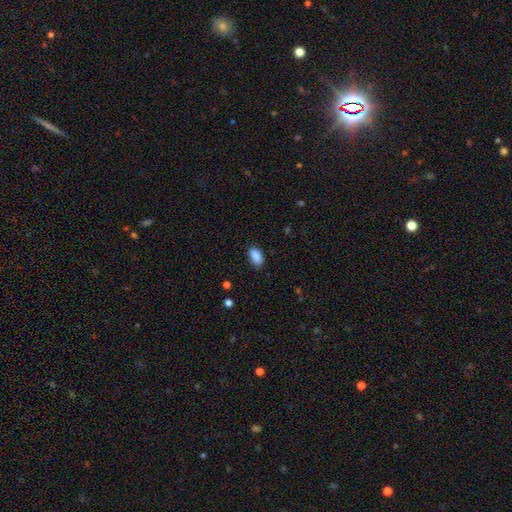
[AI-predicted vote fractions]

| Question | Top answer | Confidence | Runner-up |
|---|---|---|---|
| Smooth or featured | smooth | 89% | star or artifact (8%) |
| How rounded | in between | 92% | round (4%) |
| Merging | none | 81% | minor disturbance (15%) |